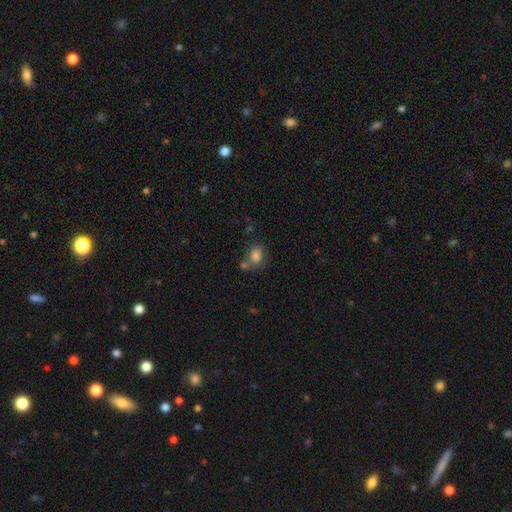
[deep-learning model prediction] This is likely a smooth galaxy (80%). How rounded: possibly in between (57%). Merging: possibly none (53%).